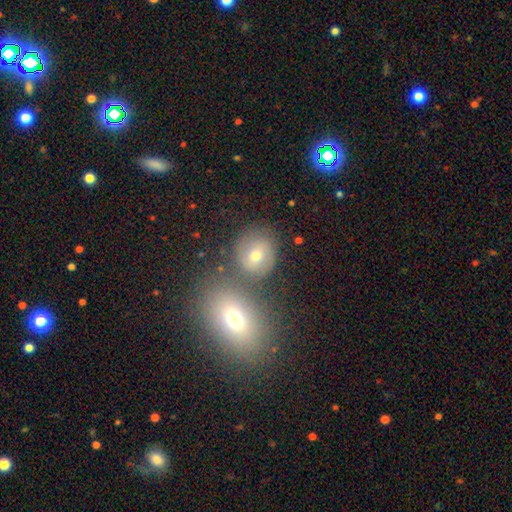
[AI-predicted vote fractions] Smooth or featured? smooth (53%)
How rounded? round (61%)
Merging? none (69%)